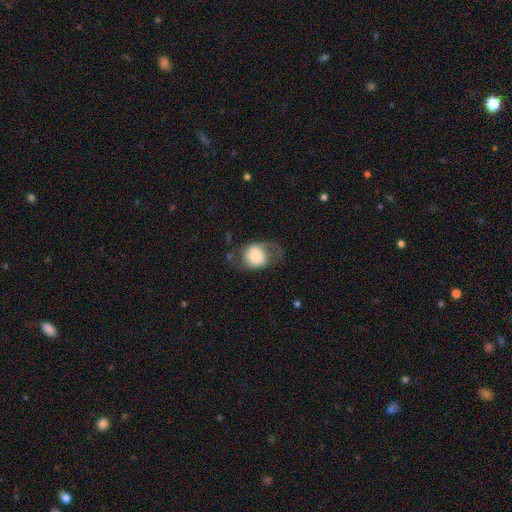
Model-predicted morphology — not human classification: smooth_or_featured: smooth (p=0.53) [alt: featured or disk p=0.39]
how_rounded: round (p=0.62) [alt: in between p=0.37]
merging: none (p=0.45) [alt: major disturbance p=0.27]